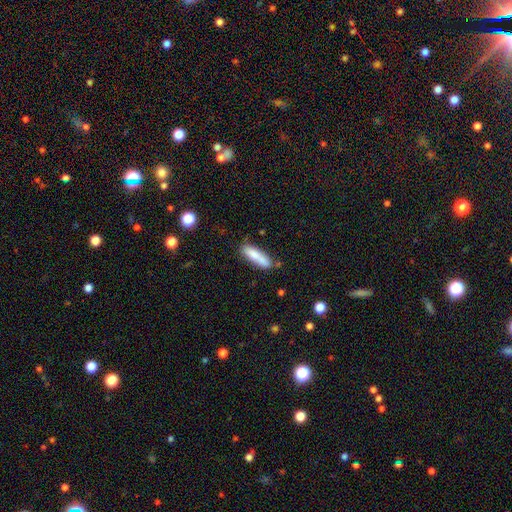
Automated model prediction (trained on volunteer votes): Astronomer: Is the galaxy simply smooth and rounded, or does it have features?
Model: smooth — 79%.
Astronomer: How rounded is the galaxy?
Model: cigar-shaped — 70%.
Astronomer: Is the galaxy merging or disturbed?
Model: none — 72%.